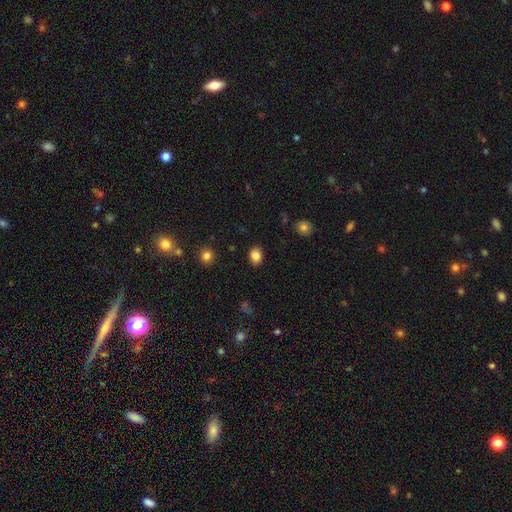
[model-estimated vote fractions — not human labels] Smooth or featured? smooth (86%)
How rounded? in between (57%)
Merging? none (88%)